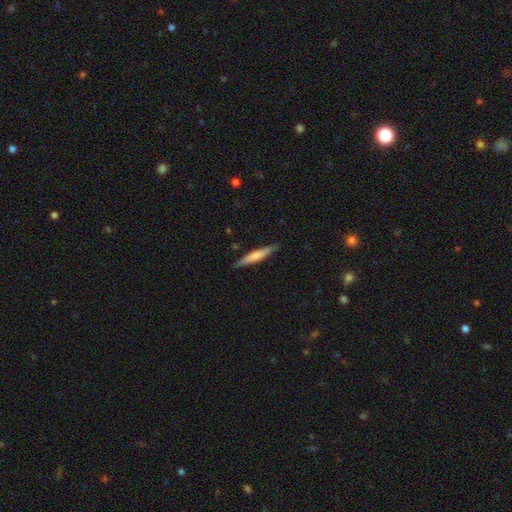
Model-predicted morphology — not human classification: A smooth galaxy with no disk features (59%) that is cigar-shaped (93%).

Vote fractions:
- Smooth or featured? smooth: 59% / featured or disk: 36% / star or artifact: 5%
- How rounded? cigar-shaped: 93% / in between: 6% / round: 1%
- Merging? none: 89% / minor disturbance: 8% / major disturbance: 2% / merger: 1%